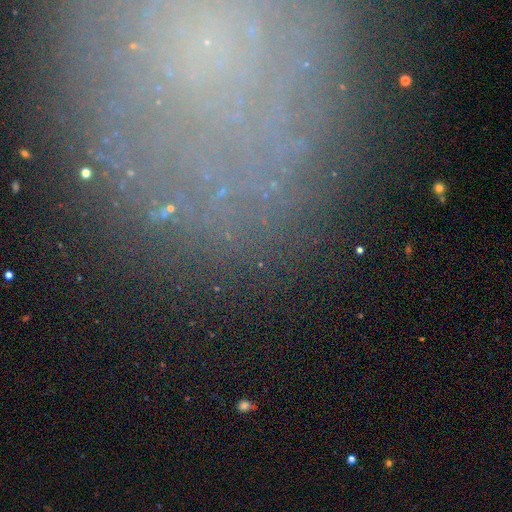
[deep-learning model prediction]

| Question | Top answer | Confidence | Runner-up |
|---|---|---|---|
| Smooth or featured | star or artifact | 49% | featured or disk (31%) |